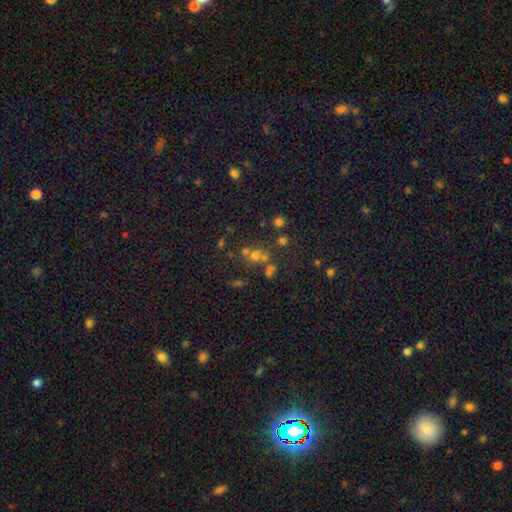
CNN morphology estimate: This appears to be a smooth galaxy with no disk features (49%). Merging: none (52%).